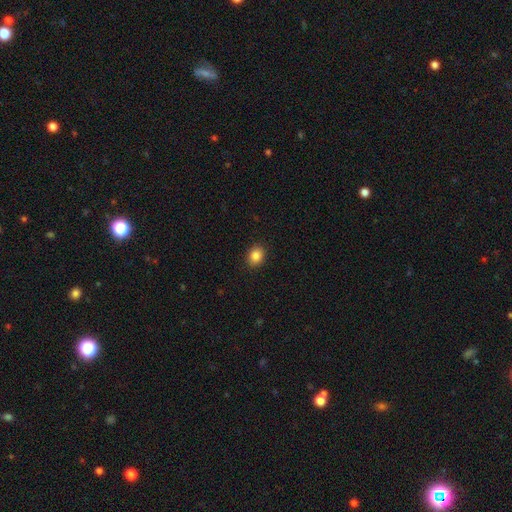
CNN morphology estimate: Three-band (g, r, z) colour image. It shows a smooth galaxy with no disk features (86%) that is round (50%). Merging: none (91%).